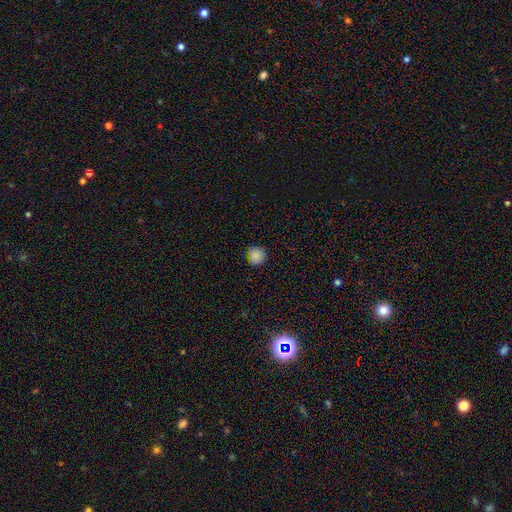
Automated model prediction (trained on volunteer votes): Q: Smooth or featured?
A: smooth (84%); runner-up: star or artifact (11%)
Q: How rounded?
A: round (92%); runner-up: in between (7%)
Q: Merging?
A: none (83%); runner-up: minor disturbance (14%)